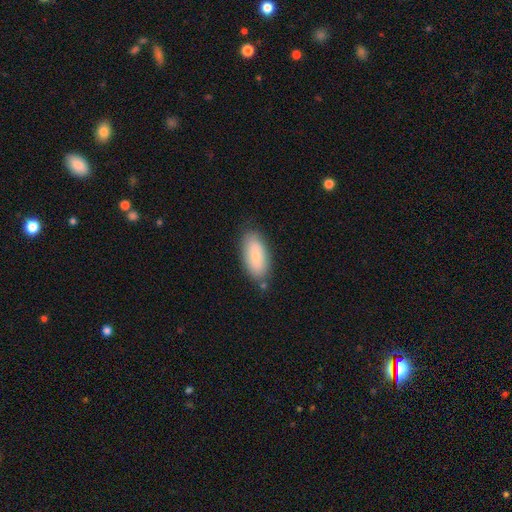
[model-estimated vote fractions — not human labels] Smooth or featured? smooth (77%)
How rounded? in between (90%)
Merging? none (79%)